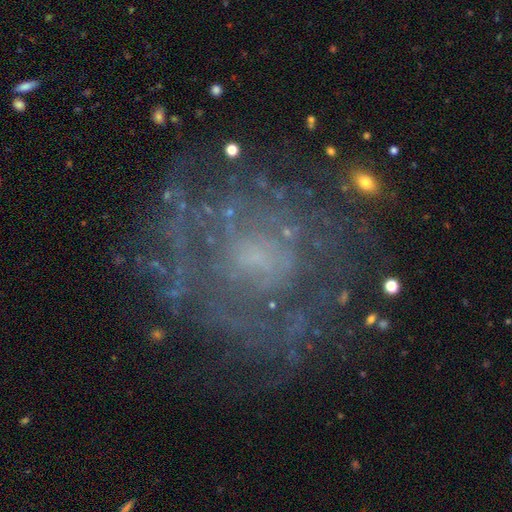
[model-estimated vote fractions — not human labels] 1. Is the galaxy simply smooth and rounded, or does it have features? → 67% featured or disk, 17% star or artifact, 16% smooth.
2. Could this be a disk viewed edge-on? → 97% no, 3% yes.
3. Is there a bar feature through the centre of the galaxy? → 80% no, 16% weak, 4% strong.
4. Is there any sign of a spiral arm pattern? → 52% no, 48% yes.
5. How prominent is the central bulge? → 49% small, 23% moderate, 22% none, 4% large, 1% dominant.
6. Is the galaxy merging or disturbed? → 71% none, 14% minor disturbance, 13% major disturbance, 2% merger.